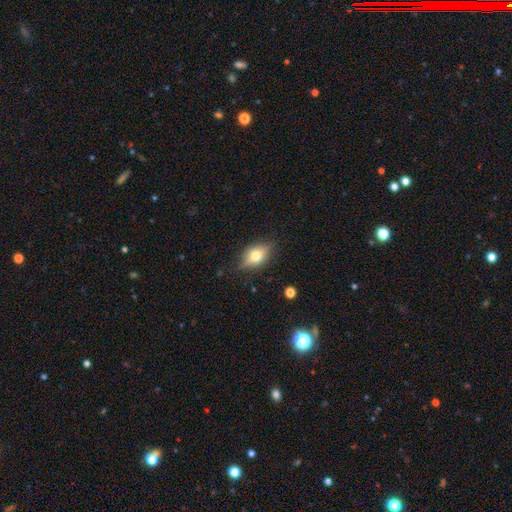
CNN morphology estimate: A smooth galaxy with no disk features (52%) that is in between round and cigar-shaped (73%). Merging: none (80%).